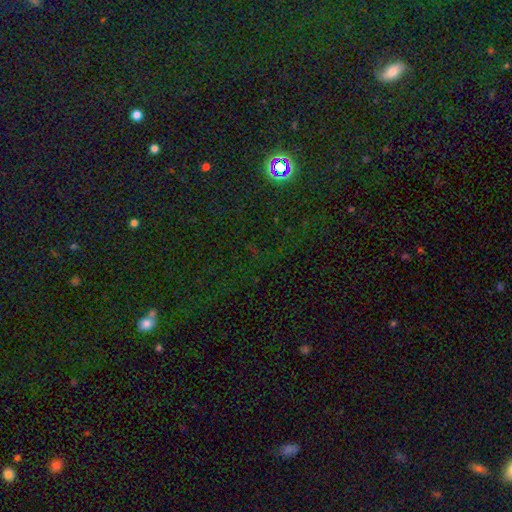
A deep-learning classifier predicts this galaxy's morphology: Smooth or featured: star or artifact — 72% (smooth — 19%)